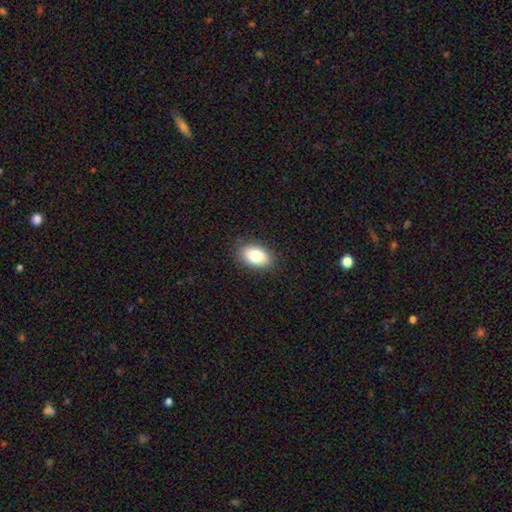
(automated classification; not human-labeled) The model was most divided on "smooth or featured": smooth: 81%, featured or disk: 11%, star or artifact: 8%. More confident: how rounded — in between (89%); merging — none (87%).